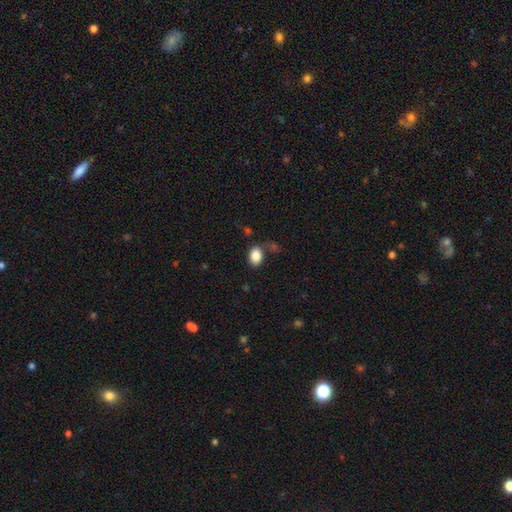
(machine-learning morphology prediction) Smooth or featured? Predicted: smooth (p=0.86). How rounded? Predicted: in between (p=0.74). Merging? Predicted: none (p=0.69).